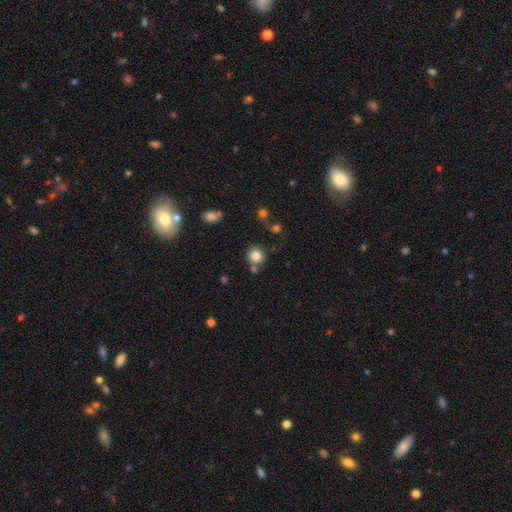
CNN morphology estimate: smooth-or-featured: smooth: 81% | star or artifact: 11% | featured or disk: 7%
  how-rounded: round: 89% | in between: 10% | cigar-shaped: 1%
  merging: none: 72% | merger: 13% | minor disturbance: 11% | major disturbance: 4%